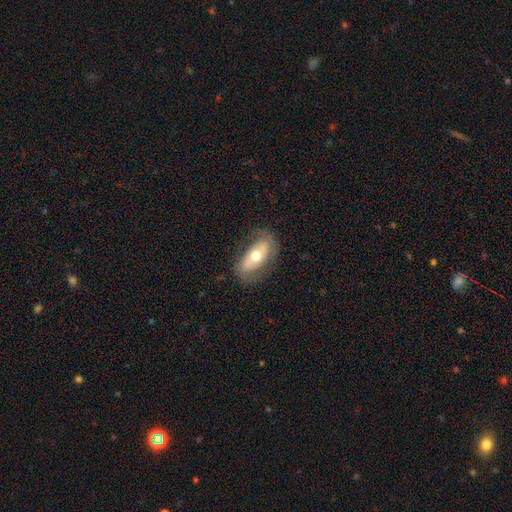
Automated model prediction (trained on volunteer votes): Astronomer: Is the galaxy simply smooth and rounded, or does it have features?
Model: featured or disk — 49% (runner-up: smooth, 45%).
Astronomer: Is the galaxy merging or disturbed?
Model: none — 75%.